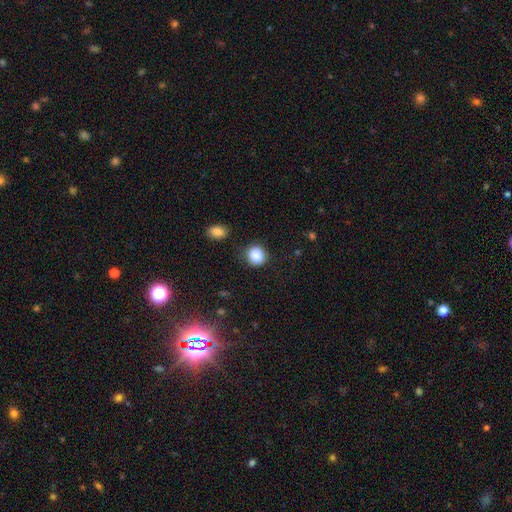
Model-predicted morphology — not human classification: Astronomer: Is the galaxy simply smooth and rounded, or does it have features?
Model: smooth — 87%.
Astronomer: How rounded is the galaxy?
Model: round — 85%.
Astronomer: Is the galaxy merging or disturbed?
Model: none — 81%.